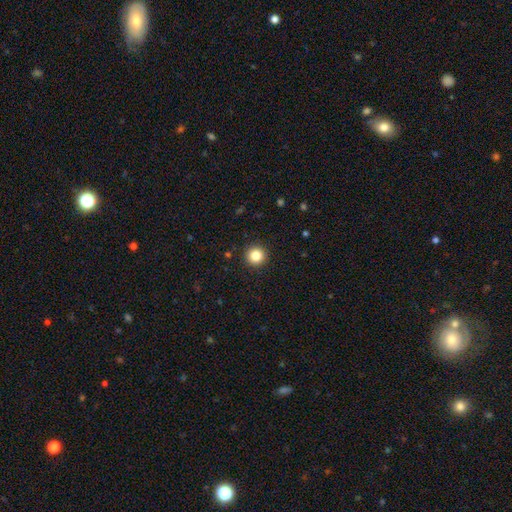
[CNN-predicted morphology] Overall: smooth (84%). How rounded: round (96%). Merging: none (93%).